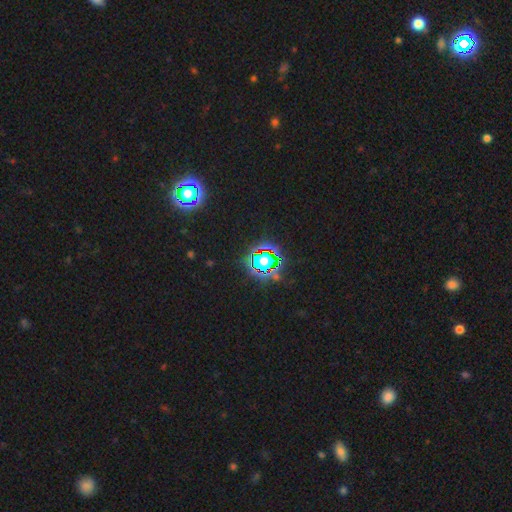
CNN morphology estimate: This appears to be a star or artifact, not a galaxy (69%).